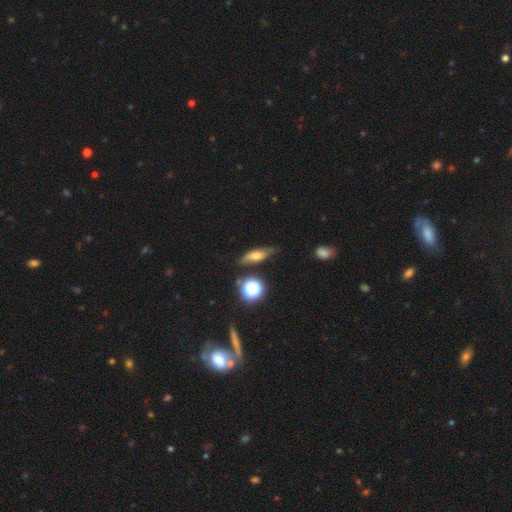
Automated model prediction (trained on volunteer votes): Smooth or featured? smooth (45%)
Merging? none (73%)